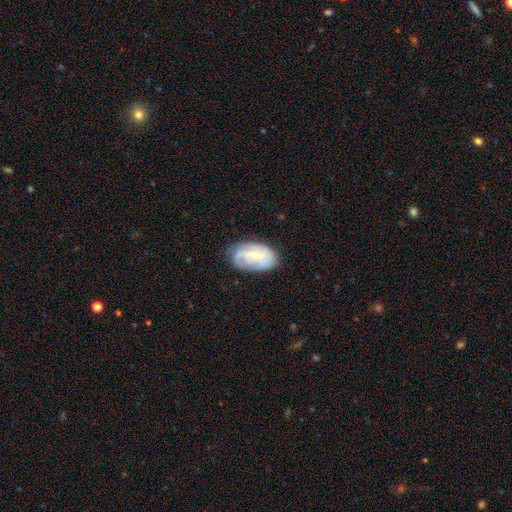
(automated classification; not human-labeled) Smooth or featured: featured or disk — 66% (smooth — 27%)
Edge-on disk: no — 96% (yes — 4%)
Bar: no — 57% (weak — 35%)
Spiral arms: yes — 85% (no — 15%)
Spiral winding: tight — 47% (medium — 35%)
Spiral arm count: can't tell — 38% (2 — 28%)
Bulge size: small — 59% (moderate — 37%)
Merging: none — 65% (minor disturbance — 25%)